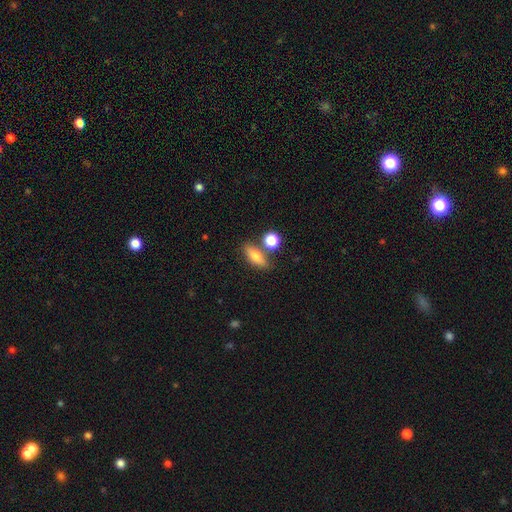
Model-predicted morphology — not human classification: The model was most divided on "how rounded": in between: 67%, cigar-shaped: 23%, round: 10%. More confident: smooth or featured — smooth (71%); merging — none (70%).